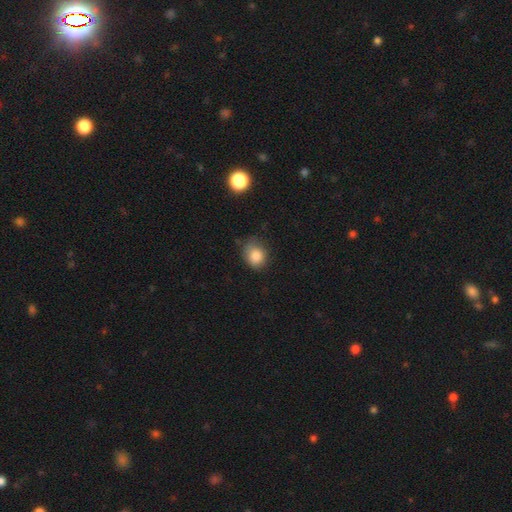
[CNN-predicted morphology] A smooth galaxy with no disk features (84%) that is round (66%).

Vote fractions:
- Smooth or featured? smooth: 84% / star or artifact: 9% / featured or disk: 7%
- How rounded? round: 66% / in between: 33% / cigar-shaped: 1%
- Merging? none: 56% / minor disturbance: 32% / major disturbance: 10% / merger: 2%